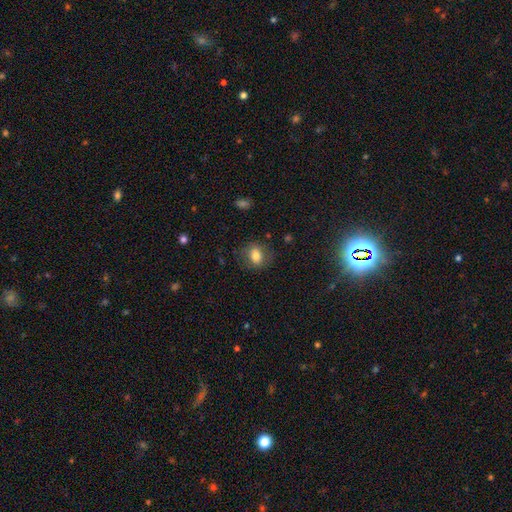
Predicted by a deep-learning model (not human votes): Smooth or featured: smooth — 76% (featured or disk — 15%)
How rounded: in between — 56% (round — 43%)
Merging: none — 76% (minor disturbance — 15%)